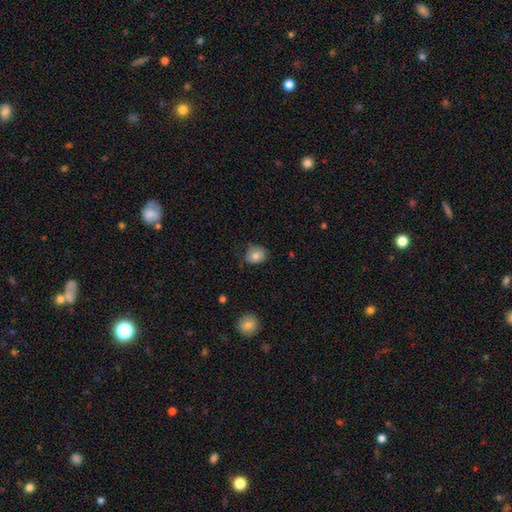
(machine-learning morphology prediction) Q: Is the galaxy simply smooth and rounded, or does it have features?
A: smooth — 80%.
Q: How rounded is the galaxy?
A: round — 59%.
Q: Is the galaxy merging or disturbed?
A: none — 71%.